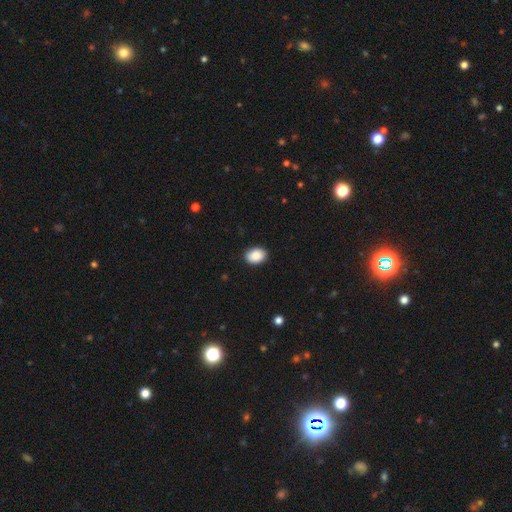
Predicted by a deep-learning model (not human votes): A smooth galaxy with no disk features (90%) that is in between round and cigar-shaped (73%). Merging: none (90%).